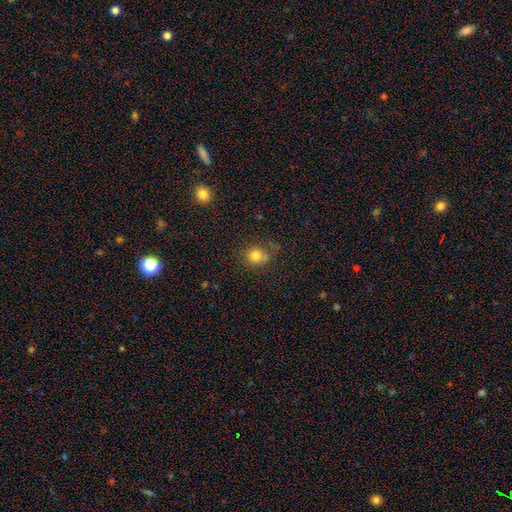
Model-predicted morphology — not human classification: Q: Smooth or featured?
A: smooth (79%); runner-up: star or artifact (13%)
Q: How rounded?
A: round (76%); runner-up: in between (23%)
Q: Merging?
A: none (59%); runner-up: minor disturbance (21%)